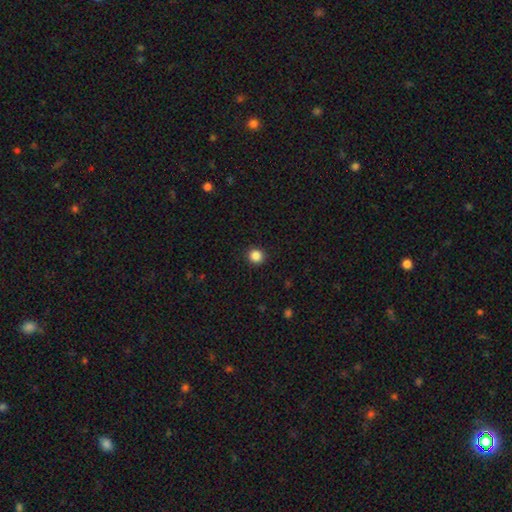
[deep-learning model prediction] Morphology: type=smooth (86%); roundness=round (90%); merging=none (92%).